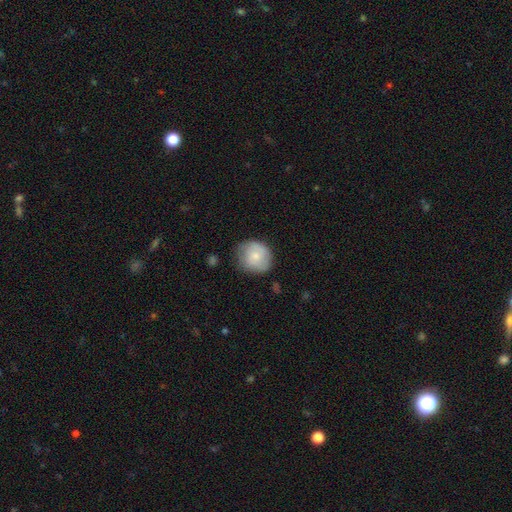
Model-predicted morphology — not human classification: Smooth or featured? smooth (74%)
How rounded? round (83%)
Merging? none (67%)